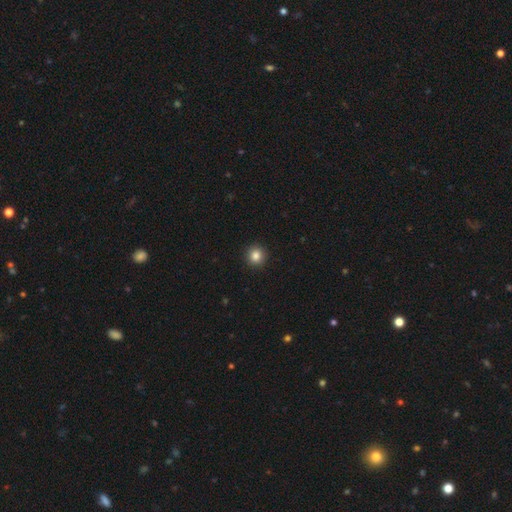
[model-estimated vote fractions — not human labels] smooth-or-featured: smooth: 84% | star or artifact: 11% | featured or disk: 5%
  how-rounded: round: 94% | in between: 5% | cigar-shaped: 1%
  merging: none: 93% | minor disturbance: 4% | major disturbance: 1% | merger: 1%